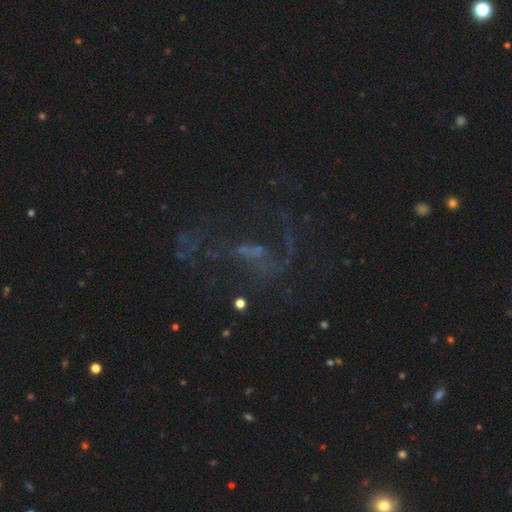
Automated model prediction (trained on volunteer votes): Smooth or featured? Predicted: featured or disk (p=0.62). Edge-on disk? Predicted: no (p=0.95). Bar? Predicted: no (p=0.48). Spiral arms? Predicted: yes (p=0.61). Bulge size? Predicted: none (p=0.45). Merging? Predicted: none (p=0.45).